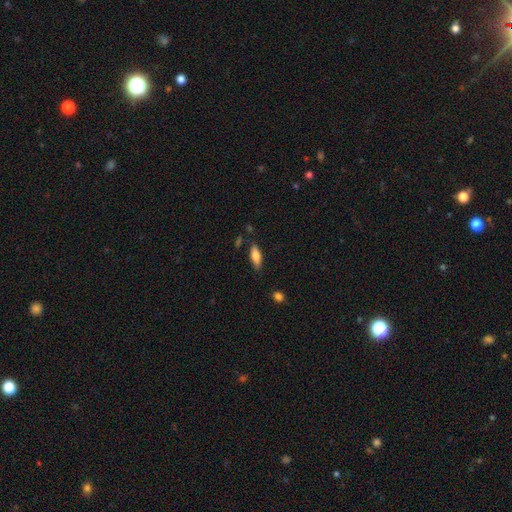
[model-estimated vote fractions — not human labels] smooth_or_featured: smooth (p=0.74) [alt: featured or disk p=0.19]
how_rounded: in between (p=0.70) [alt: cigar-shaped p=0.28]
merging: none (p=0.81) [alt: minor disturbance p=0.13]